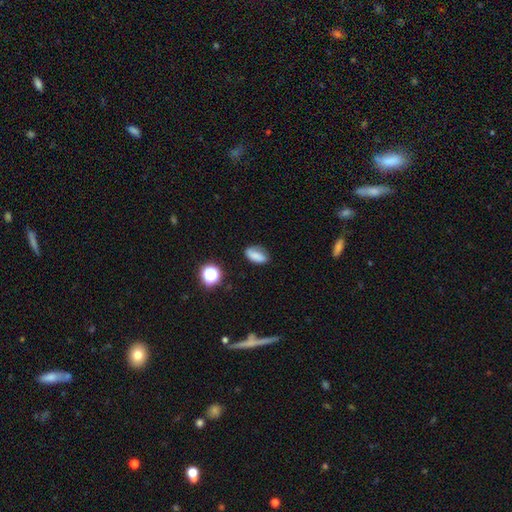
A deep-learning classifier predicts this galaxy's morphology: type=smooth (73%); roundness=in between (86%); merging=none (69%).